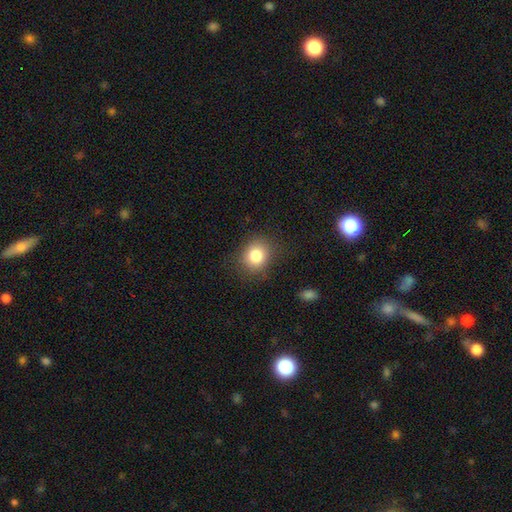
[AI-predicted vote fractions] Smooth or featured? smooth (82%)
How rounded? round (71%)
Merging? none (82%)